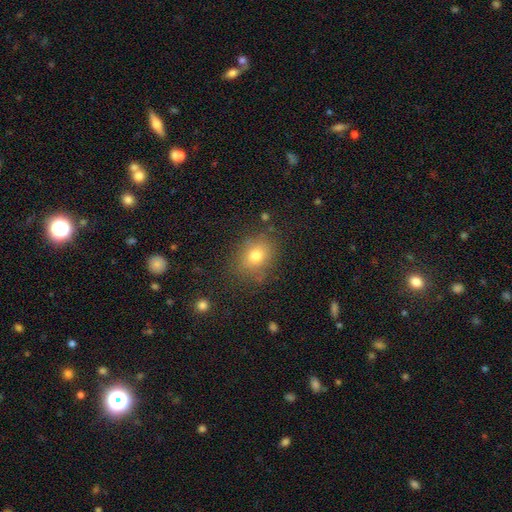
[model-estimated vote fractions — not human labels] This appears to be a smooth galaxy with no disk features (76%) that is in between round and cigar-shaped (53%). Merging: none (78%).